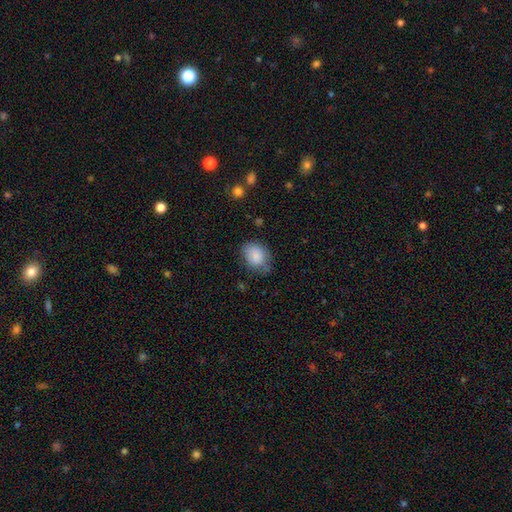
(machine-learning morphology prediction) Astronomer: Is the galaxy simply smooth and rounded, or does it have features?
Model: smooth — 83%.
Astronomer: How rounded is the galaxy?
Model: in between — 61% (runner-up: round, 38%).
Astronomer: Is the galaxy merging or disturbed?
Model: none — 57%.